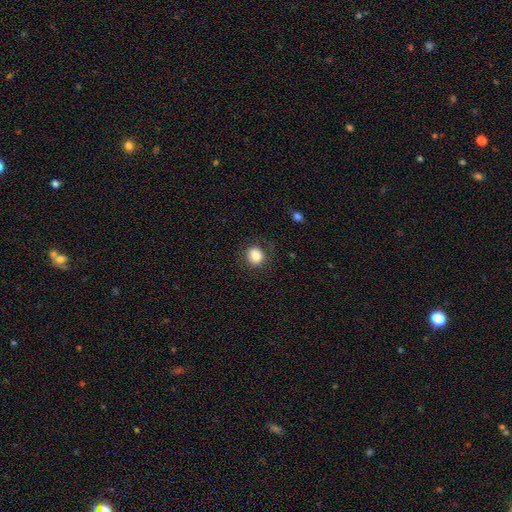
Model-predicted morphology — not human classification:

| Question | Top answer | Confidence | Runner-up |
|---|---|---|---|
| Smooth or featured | smooth | 81% | star or artifact (10%) |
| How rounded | round | 83% | in between (16%) |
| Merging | none | 83% | minor disturbance (10%) |